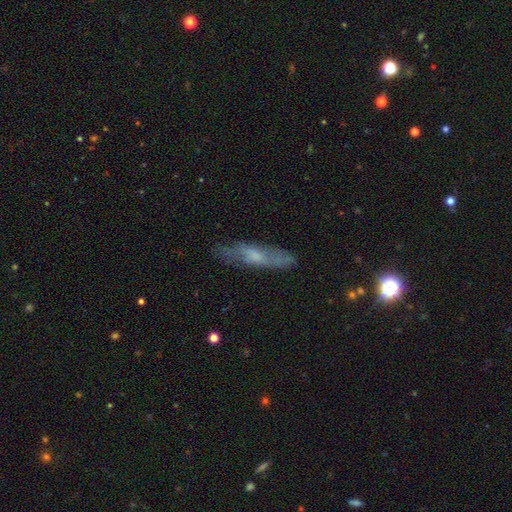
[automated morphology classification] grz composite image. It shows a featured or disk galaxy (50%) viewed edge-on (55%). Merging: none (76%).